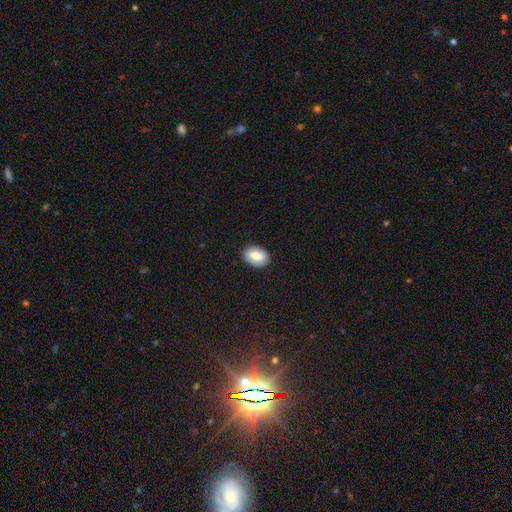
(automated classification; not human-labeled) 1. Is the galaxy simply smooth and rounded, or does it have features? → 72% smooth, 20% featured or disk, 7% star or artifact.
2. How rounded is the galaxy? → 83% in between, 16% round, 1% cigar-shaped.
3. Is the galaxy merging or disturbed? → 88% none, 9% minor disturbance, 2% major disturbance, 1% merger.